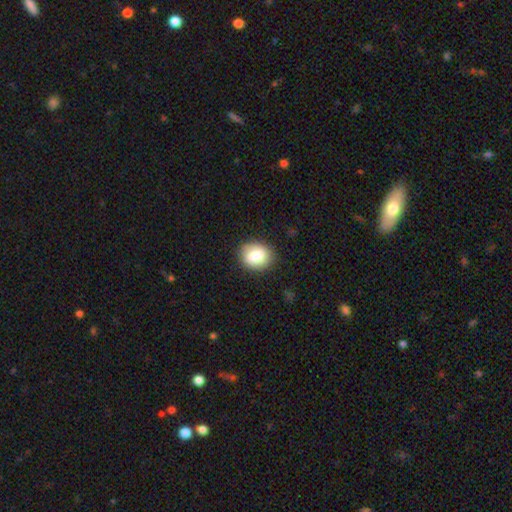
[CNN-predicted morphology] smooth_or_featured: smooth (p=0.78) [alt: featured or disk p=0.14]
how_rounded: round (p=0.52) [alt: in between p=0.47]
merging: none (p=0.85) [alt: minor disturbance p=0.11]